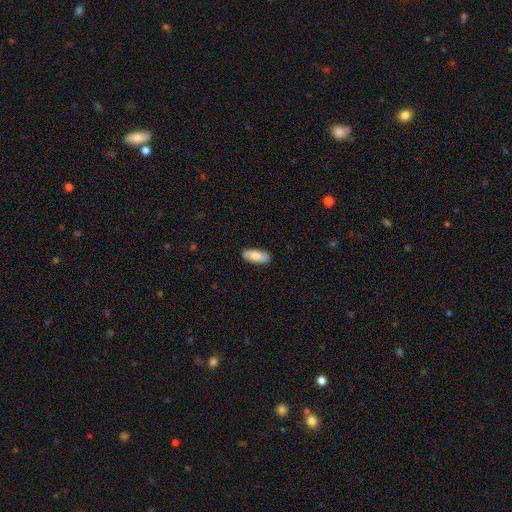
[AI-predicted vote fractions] Smooth or featured: smooth — 76% (featured or disk — 18%)
How rounded: in between — 85% (cigar-shaped — 13%)
Merging: none — 87% (minor disturbance — 10%)